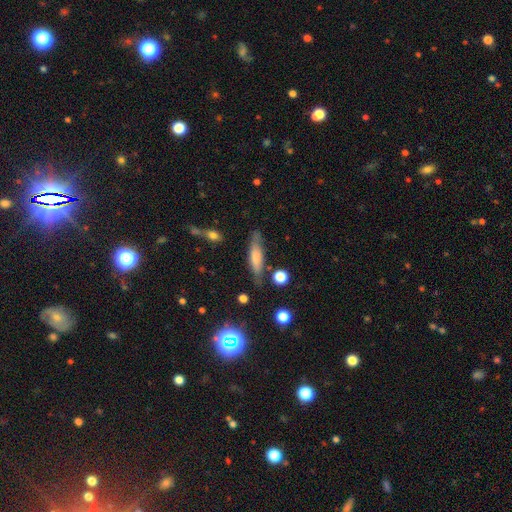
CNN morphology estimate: Smooth or featured? smooth (47%)
Merging? none (76%)